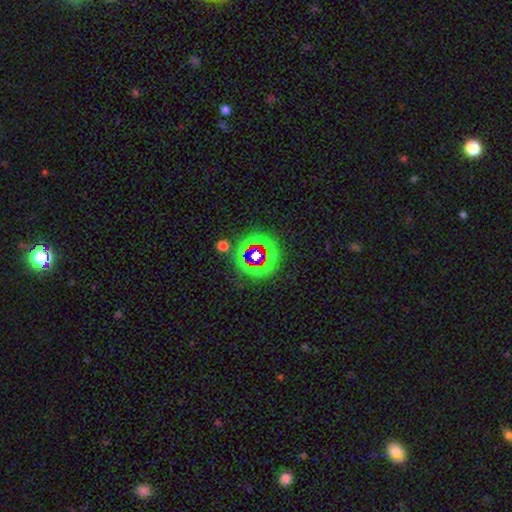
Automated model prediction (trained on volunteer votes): Morphology: type=star or artifact (65%).